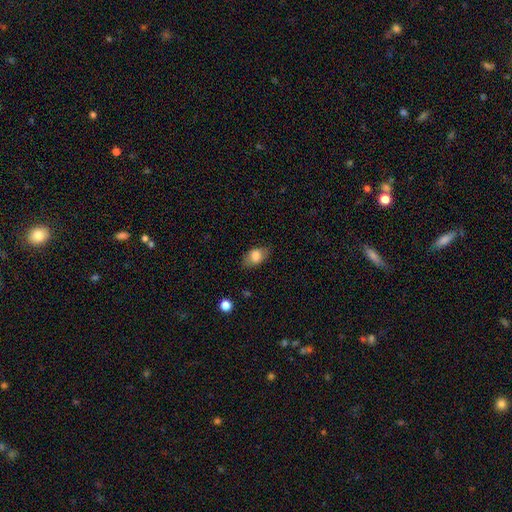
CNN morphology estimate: smooth 77%, featured or disk 15%, star or artifact 8%. Down the decision tree: how rounded — in between (88%); merging — none (79%).